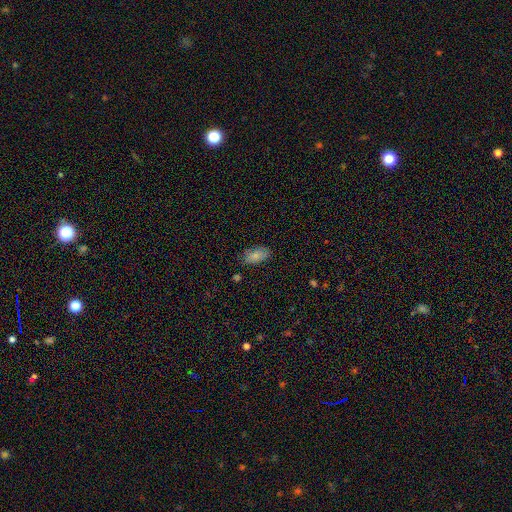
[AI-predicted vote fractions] Smooth or featured: smooth — 81% (featured or disk — 10%)
How rounded: in between — 92% (cigar-shaped — 5%)
Merging: none — 78% (minor disturbance — 17%)